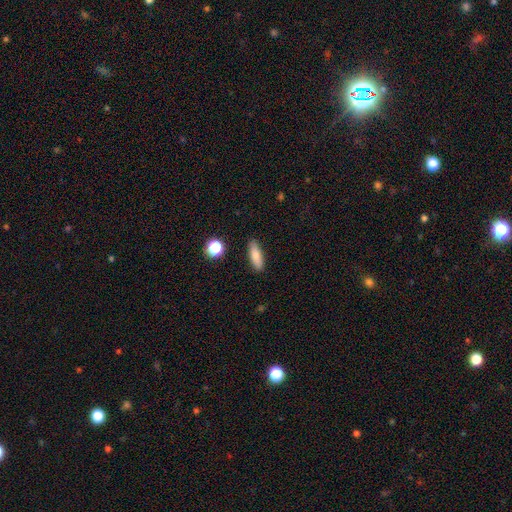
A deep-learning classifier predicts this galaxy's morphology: The model was most divided on "how rounded": in between: 50%, cigar-shaped: 46%, round: 3%. More confident: merging — none (87%); smooth or featured — smooth (79%).